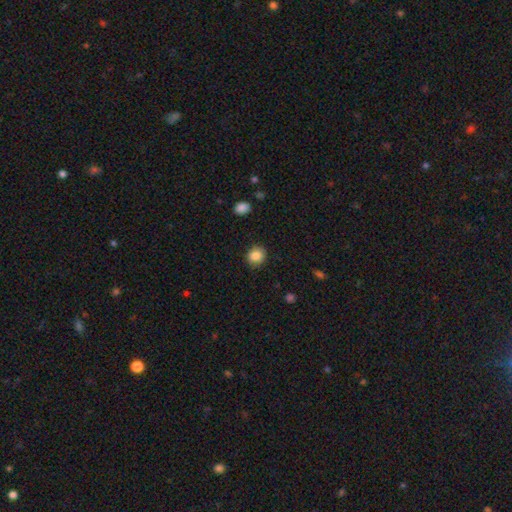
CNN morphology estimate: Smooth or featured?
  - smooth: 86% *
  - star or artifact: 9%
  - featured or disk: 5%
How rounded?
  - round: 82% *
  - in between: 17%
  - cigar-shaped: 1%
Merging?
  - none: 86% *
  - minor disturbance: 10%
  - major disturbance: 3%
  - merger: 1%